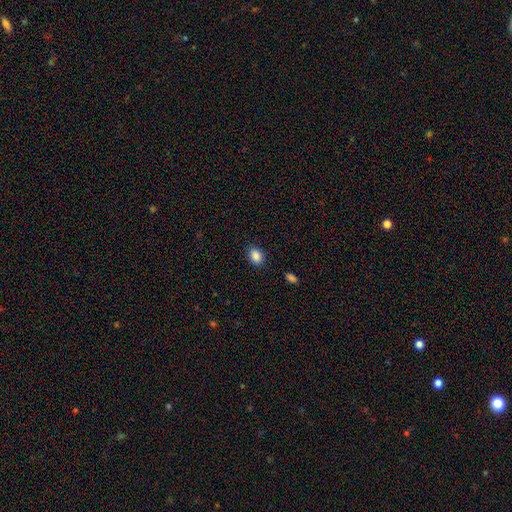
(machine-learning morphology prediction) This appears to be a smooth galaxy with no disk features (88%) that is in between round and cigar-shaped (73%). Merging: none (87%).